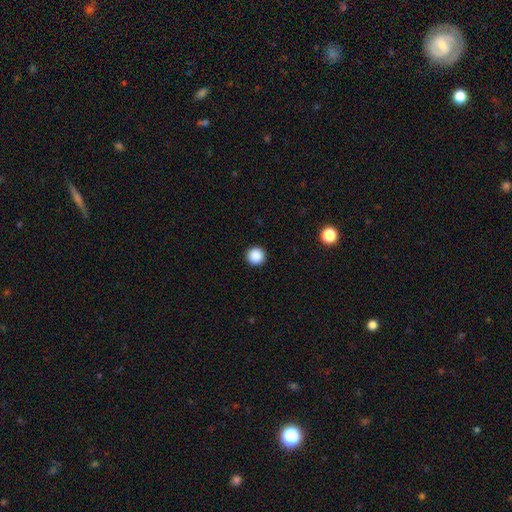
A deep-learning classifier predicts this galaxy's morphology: A smooth galaxy with no disk features (88%) that is round (97%). Merging: none (93%).